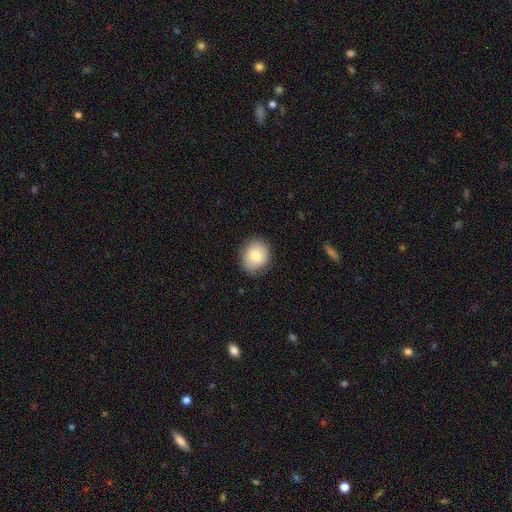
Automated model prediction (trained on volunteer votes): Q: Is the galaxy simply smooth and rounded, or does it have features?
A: smooth — 79%.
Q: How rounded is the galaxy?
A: round — 77%.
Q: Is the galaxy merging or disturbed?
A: none — 84%.